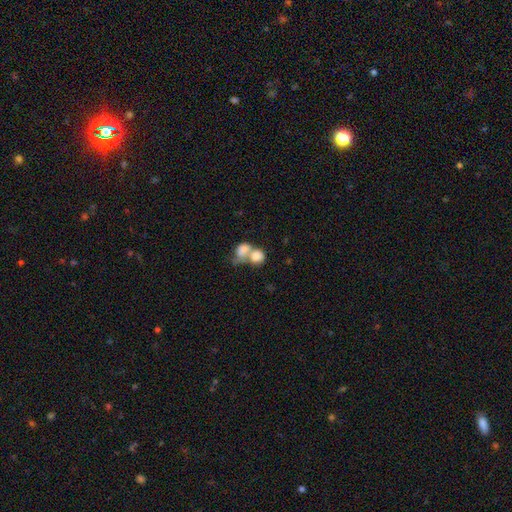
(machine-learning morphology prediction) Smooth or featured? smooth (78%)
How rounded? round (50%)
Merging? merger (74%)